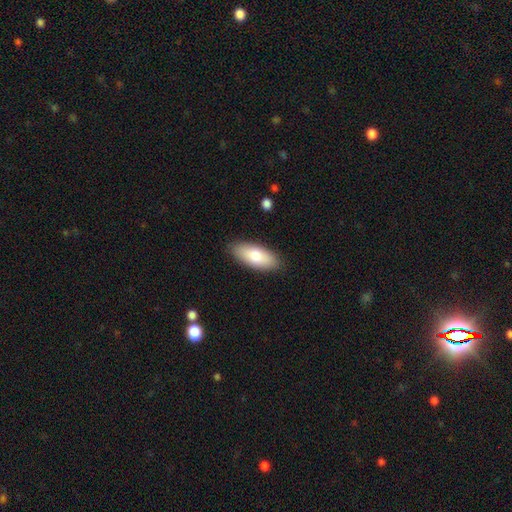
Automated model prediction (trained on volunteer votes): A smooth galaxy with no disk features (78%) that is in between round and cigar-shaped (87%). Merging: none (87%).